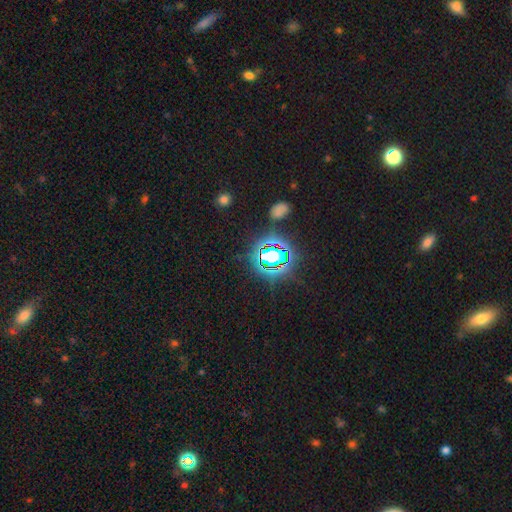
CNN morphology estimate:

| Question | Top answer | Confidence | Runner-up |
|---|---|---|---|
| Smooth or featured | star or artifact | 78% | smooth (14%) |